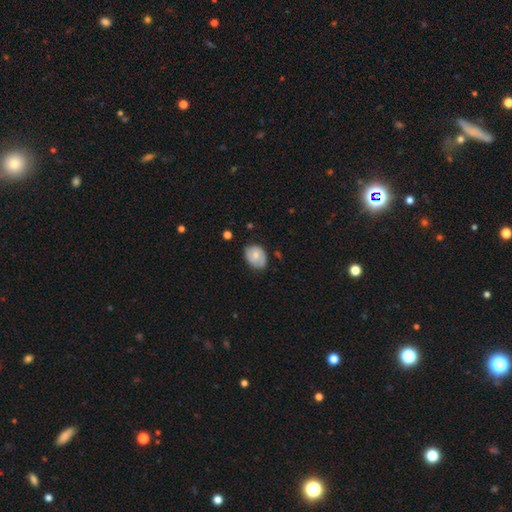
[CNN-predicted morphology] Overall: smooth (56%; featured or disk 37%). How rounded: in between (60%; round 39%). Merging: none (64%; minor disturbance 29%).